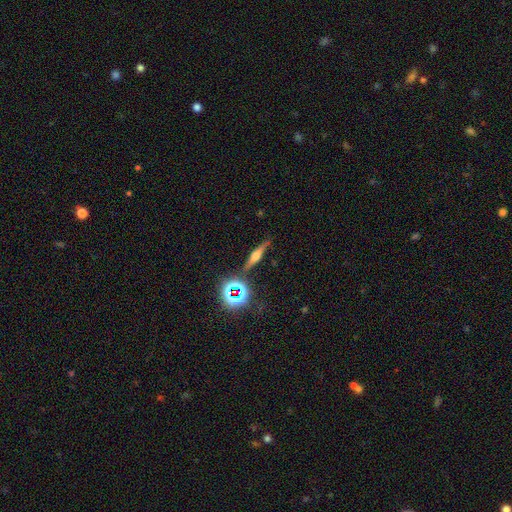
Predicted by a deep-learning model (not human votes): smooth-or-featured: featured or disk: 58% | smooth: 26% | star or artifact: 16%
  disk-edge-on: yes: 94% | no: 6%
    edge-on-bulge: rounded: 87% | boxy: 9% | none: 4%
  merging: none: 84% | minor disturbance: 10% | merger: 4% | major disturbance: 3%